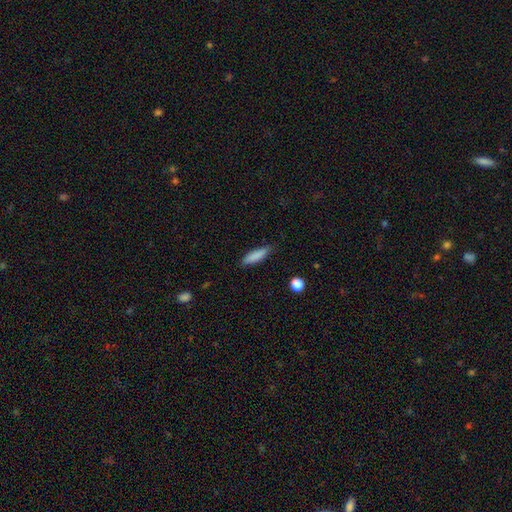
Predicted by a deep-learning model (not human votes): Smooth or featured?
  - smooth: 85% *
  - featured or disk: 9%
  - star or artifact: 7%
How rounded?
  - cigar-shaped: 67% *
  - in between: 31%
  - round: 2%
Merging?
  - none: 81% *
  - minor disturbance: 15%
  - major disturbance: 3%
  - merger: 1%